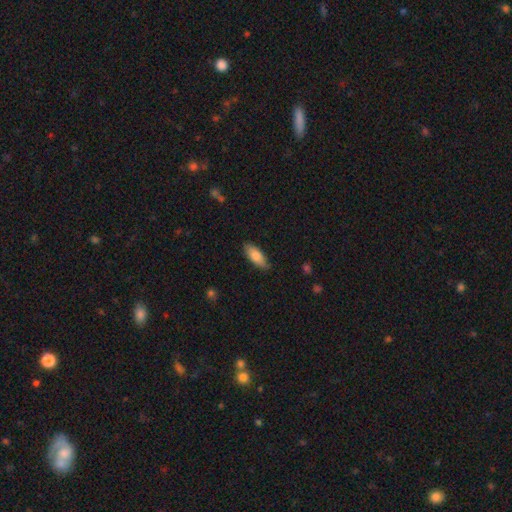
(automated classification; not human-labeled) smooth-or-featured: smooth: 80% | featured or disk: 14% | star or artifact: 6%
  how-rounded: in between: 78% | cigar-shaped: 20% | round: 2%
  merging: none: 80% | minor disturbance: 17% | major disturbance: 3% | merger: 1%